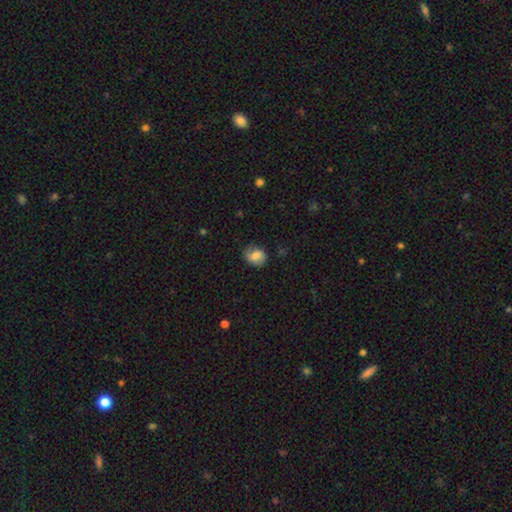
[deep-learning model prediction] Overall: smooth (62%; featured or disk 30%). How rounded: round (53%; in between 46%). Merging: none (72%).